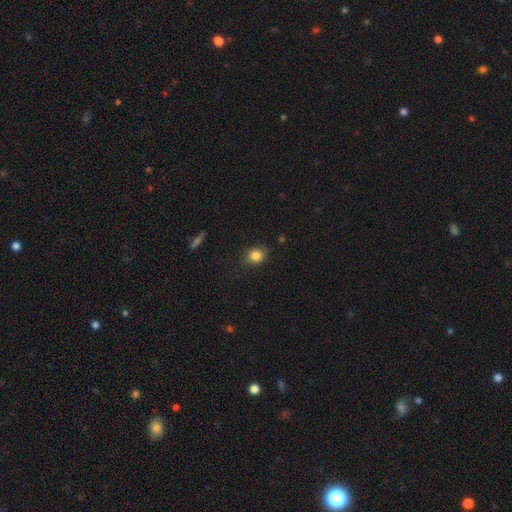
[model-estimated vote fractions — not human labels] A smooth galaxy with no disk features (84%) that is round (60%).

Vote fractions:
- Smooth or featured? smooth: 84% / star or artifact: 10% / featured or disk: 6%
- How rounded? round: 60% / in between: 38% / cigar-shaped: 1%
- Merging? none: 81% / minor disturbance: 15% / major disturbance: 3% / merger: 1%